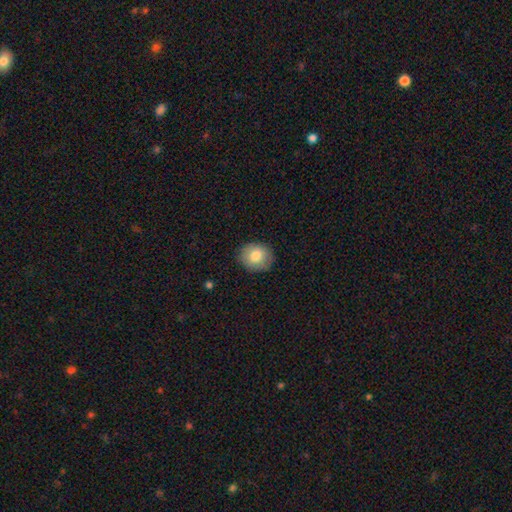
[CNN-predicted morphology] A smooth galaxy with no disk features (81%) that is round (70%).

Vote fractions:
- Smooth or featured? smooth: 81% / featured or disk: 11% / star or artifact: 8%
- How rounded? round: 70% / in between: 29% / cigar-shaped: 1%
- Merging? none: 86% / minor disturbance: 11% / major disturbance: 2% / merger: 1%